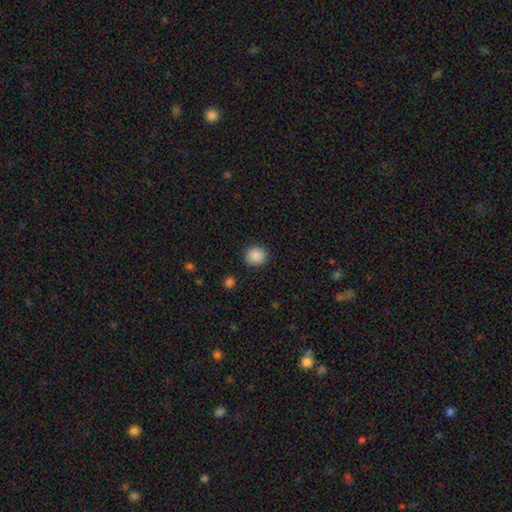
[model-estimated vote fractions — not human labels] The model was most divided on "how rounded": round: 86%, in between: 13%, cigar-shaped: 1%. More confident: smooth or featured — smooth (88%); merging — none (88%).